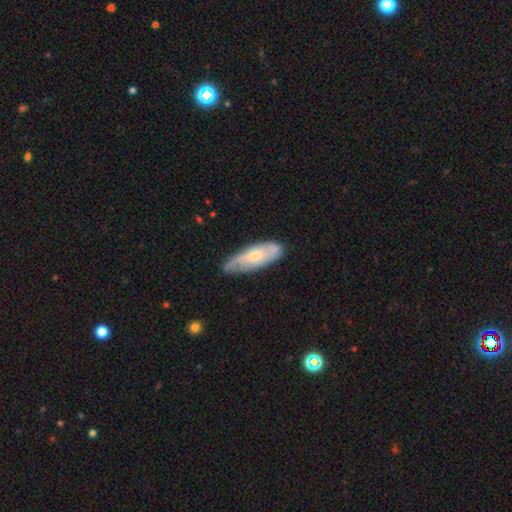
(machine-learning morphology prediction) Smooth or featured: smooth — 50% (featured or disk — 44%)
How rounded: in between — 62% (cigar-shaped — 36%)
Merging: none — 67% (minor disturbance — 25%)